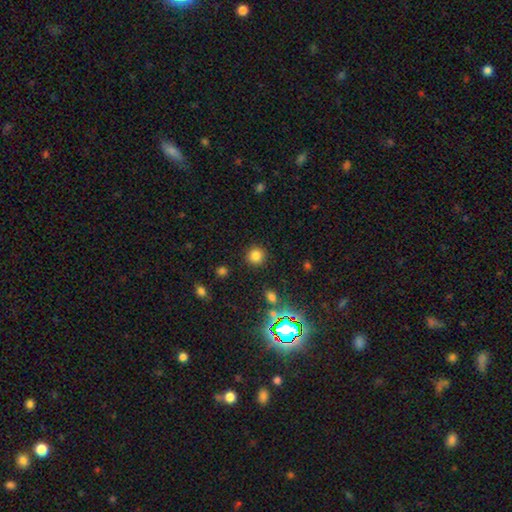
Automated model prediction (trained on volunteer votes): A smooth galaxy with no disk features (79%) that is round (94%). Merging: none (90%).